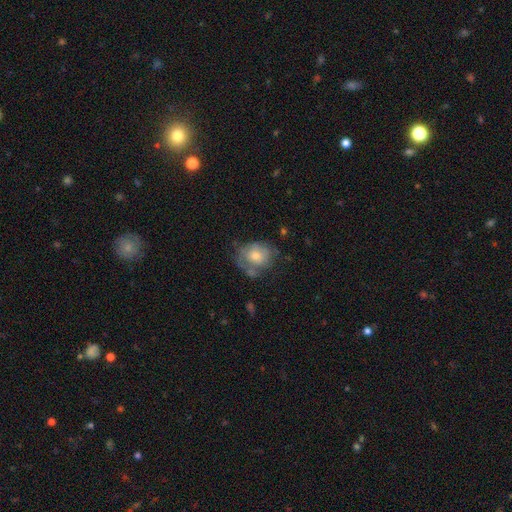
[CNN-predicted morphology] Smooth or featured: smooth — 49% (featured or disk — 41%)
Merging: none — 52% (minor disturbance — 28%)